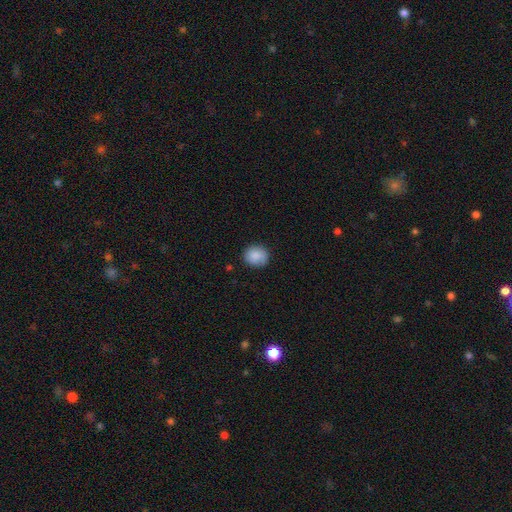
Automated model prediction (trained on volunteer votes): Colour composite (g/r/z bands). It shows a smooth galaxy with no disk features (86%) that is round (79%). Merging: none (83%).